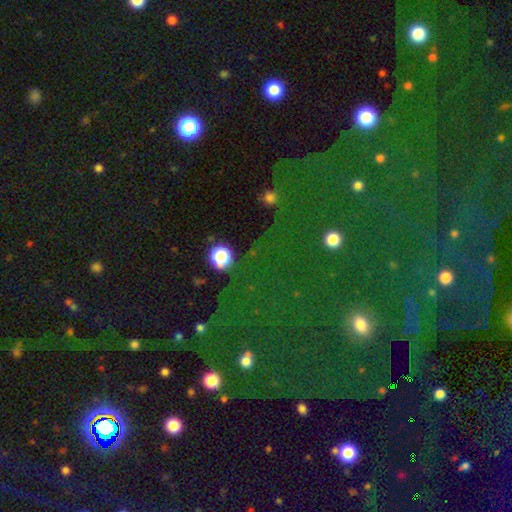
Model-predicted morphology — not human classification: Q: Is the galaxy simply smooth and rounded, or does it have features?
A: star or artifact — 69%.